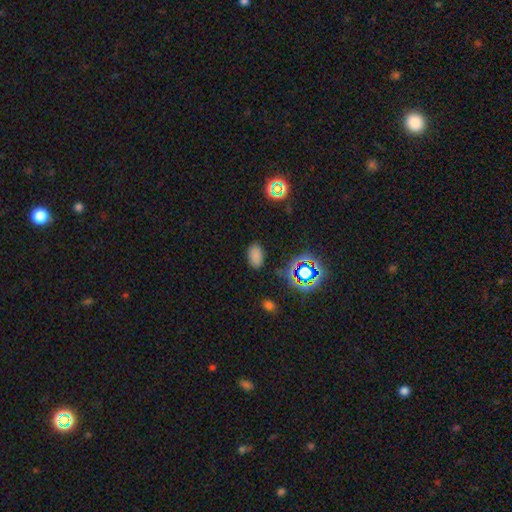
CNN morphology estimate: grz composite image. It shows a smooth galaxy with no disk features (72%) that is in between round and cigar-shaped (91%). Merging: none (82%).